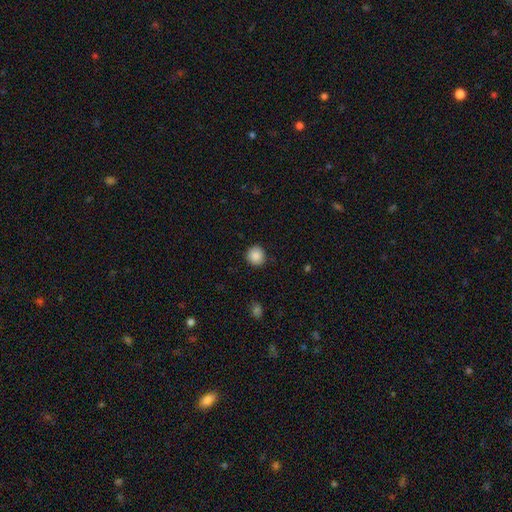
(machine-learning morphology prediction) smooth-or-featured: smooth: 88% | star or artifact: 9% | featured or disk: 3%
  how-rounded: round: 90% | in between: 9% | cigar-shaped: 1%
  merging: none: 89% | minor disturbance: 8% | major disturbance: 2% | merger: 1%